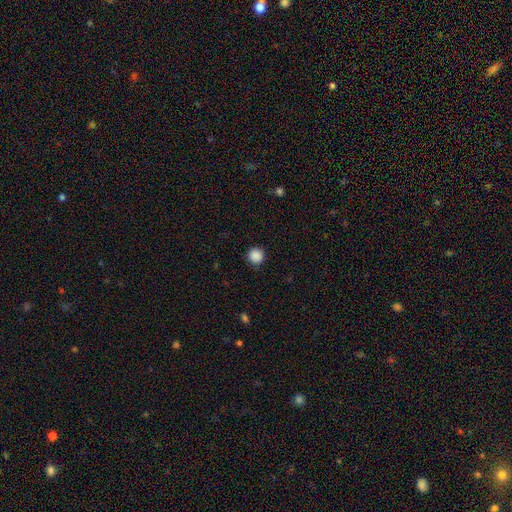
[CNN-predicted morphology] A smooth galaxy with no disk features (88%) that is round (95%).

Vote fractions:
- Smooth or featured? smooth: 88% / star or artifact: 10% / featured or disk: 2%
- How rounded? round: 95% / in between: 4% / cigar-shaped: 1%
- Merging? none: 90% / minor disturbance: 7% / major disturbance: 2% / merger: 1%